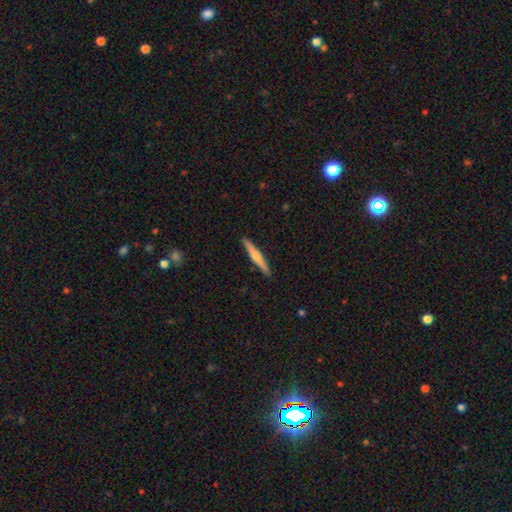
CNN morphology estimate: The model was most divided on "smooth or featured": featured or disk: 59%, smooth: 35%, star or artifact: 6%. More confident: edge-on disk — yes (97%); merging — none (92%); edge-on bulge — rounded (83%).